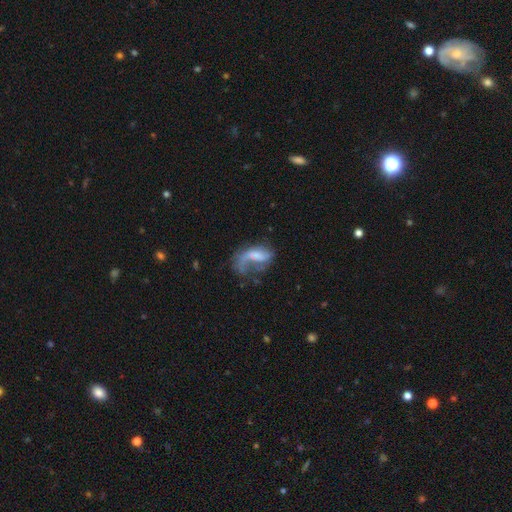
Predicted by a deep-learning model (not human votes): smooth_or_featured: featured or disk (p=0.60) [alt: smooth p=0.32]
disk_edge_on: no (p=0.95) [alt: yes p=0.05]
bar: no (p=0.50) [alt: weak p=0.36]
has_spiral_arms: yes (p=0.76) [alt: no p=0.24]
bulge_size: small (p=0.35) [alt: none p=0.32]
merging: major disturbance (p=0.48) [alt: none p=0.28]